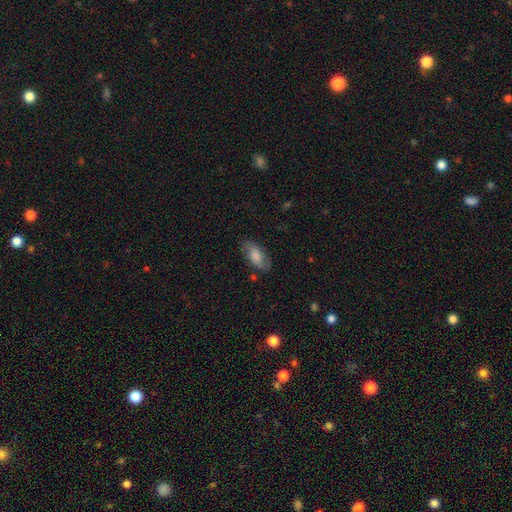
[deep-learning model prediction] Morphology: type=smooth (63%); roundness=in between (89%); merging=none (78%).